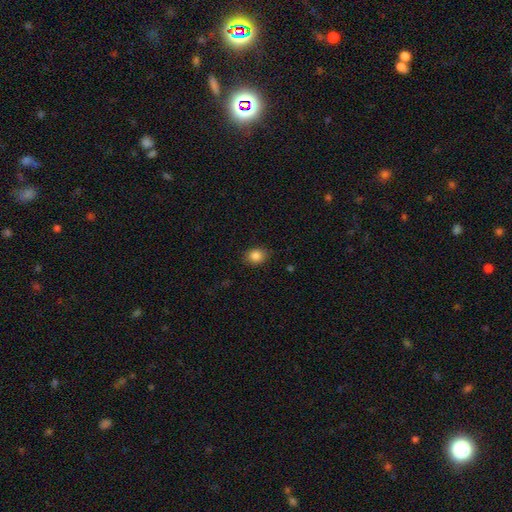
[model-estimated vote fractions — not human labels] A smooth galaxy with no disk features (85%) that is round (50%).

Vote fractions:
- Smooth or featured? smooth: 85% / star or artifact: 10% / featured or disk: 5%
- How rounded? round: 50% / in between: 49% / cigar-shaped: 1%
- Merging? none: 86% / minor disturbance: 10% / major disturbance: 2% / merger: 1%